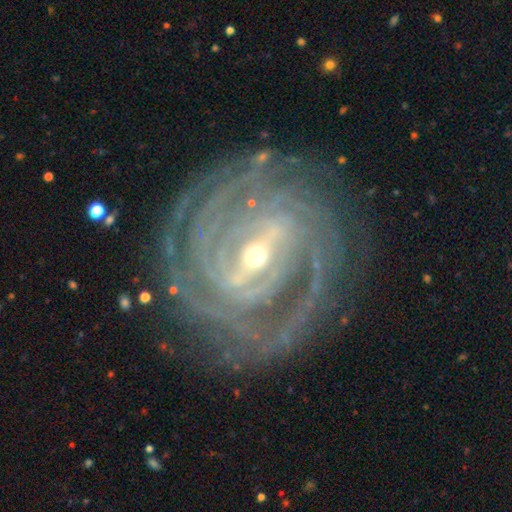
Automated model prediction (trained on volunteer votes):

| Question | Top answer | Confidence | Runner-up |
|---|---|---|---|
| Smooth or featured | featured or disk | 92% | star or artifact (5%) |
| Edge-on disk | no | 97% | yes (3%) |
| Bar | strong | 58% | weak (30%) |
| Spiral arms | yes | 98% | no (2%) |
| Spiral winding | tight | 75% | medium (20%) |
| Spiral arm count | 4 | 23% | more than 4 (20%) |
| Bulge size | small | 55% | moderate (41%) |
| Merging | none | 75% | minor disturbance (15%) |